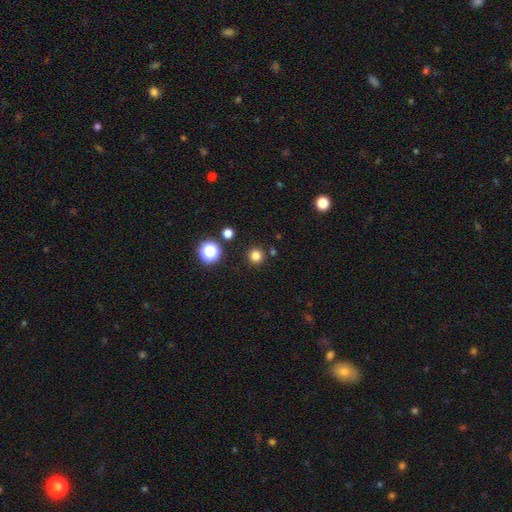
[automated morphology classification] Overall: smooth (80%). How rounded: round (96%). Merging: none (90%).